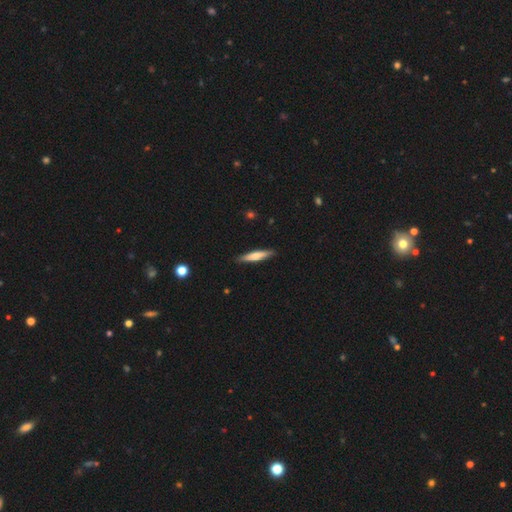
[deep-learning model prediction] smooth-or-featured: smooth: 64% | featured or disk: 31% | star or artifact: 5%
  how-rounded: cigar-shaped: 89% | in between: 10% | round: 1%
  merging: none: 89% | minor disturbance: 8% | major disturbance: 2% | merger: 1%